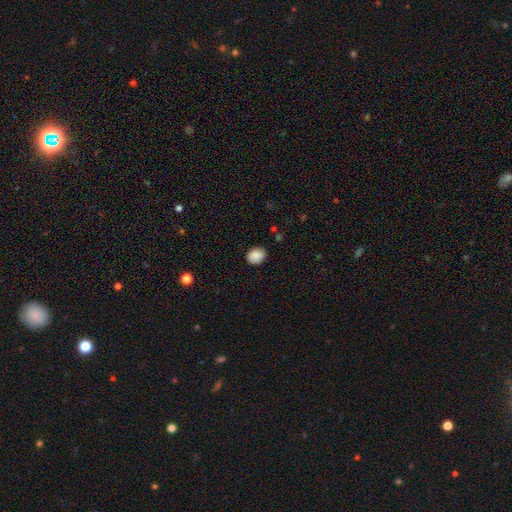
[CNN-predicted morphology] Overall: smooth (88%). How rounded: in between (53%; round 46%). Merging: none (85%).